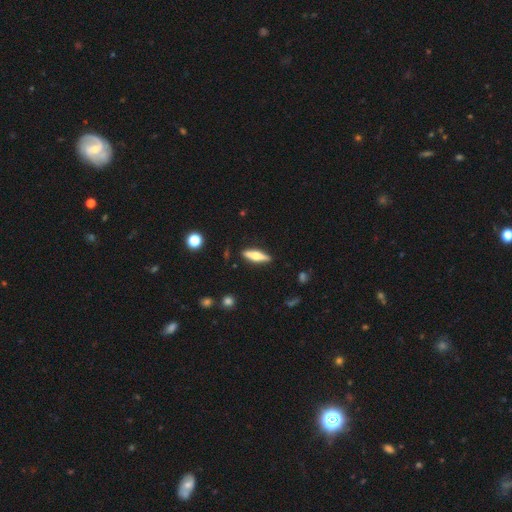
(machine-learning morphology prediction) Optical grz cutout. It shows a featured or disk galaxy (49%). Merging: none (88%).